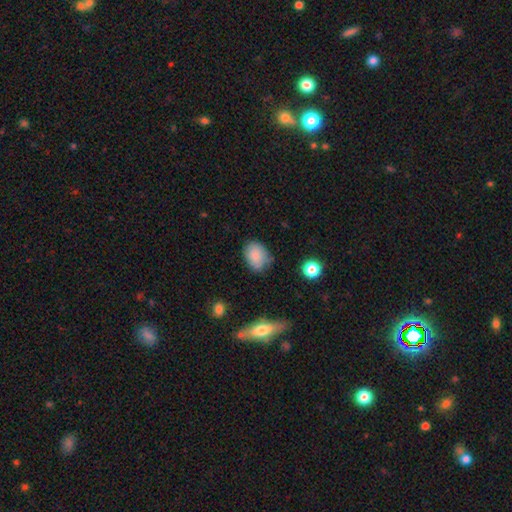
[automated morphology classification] This appears to be a smooth galaxy with no disk features (83%) that is in between round and cigar-shaped (72%). Merging: none (65%).